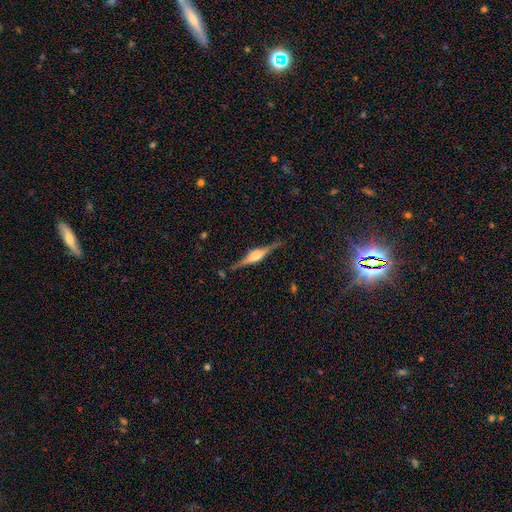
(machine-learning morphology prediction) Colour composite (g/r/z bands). It shows a featured or disk galaxy (82%) viewed edge-on (98%) with a rounded central bulge (80%). Merging: none (86%).